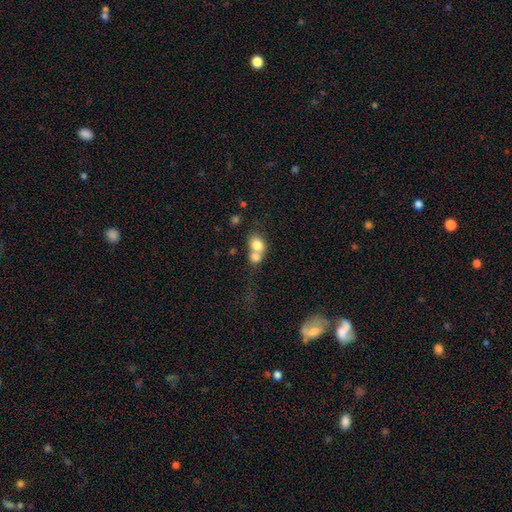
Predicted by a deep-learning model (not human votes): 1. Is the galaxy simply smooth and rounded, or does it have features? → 74% smooth, 16% featured or disk, 10% star or artifact.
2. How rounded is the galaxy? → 57% round, 42% in between, 1% cigar-shaped.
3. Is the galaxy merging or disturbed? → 67% merger, 22% none, 6% minor disturbance, 5% major disturbance.